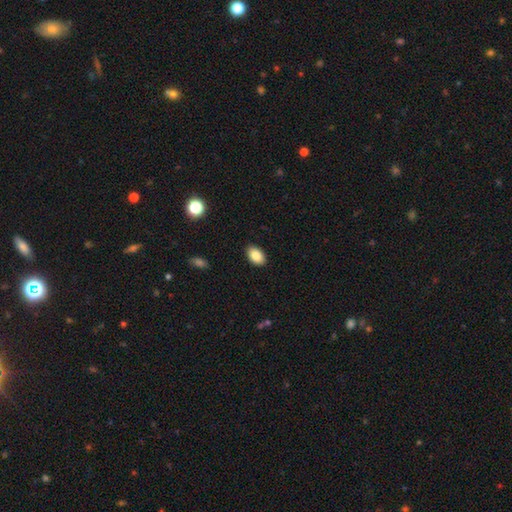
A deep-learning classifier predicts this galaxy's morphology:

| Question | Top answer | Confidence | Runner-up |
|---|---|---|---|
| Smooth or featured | smooth | 85% | star or artifact (8%) |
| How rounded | in between | 91% | round (8%) |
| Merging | none | 89% | minor disturbance (8%) |